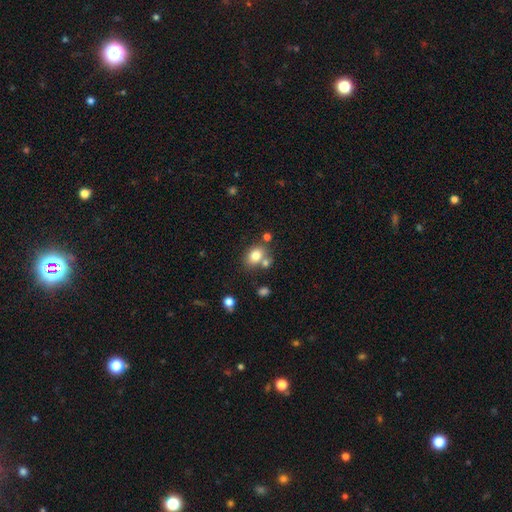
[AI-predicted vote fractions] Smooth or featured? Predicted: smooth (p=0.80). How rounded? Predicted: in between (p=0.62). Merging? Predicted: none (p=0.61).